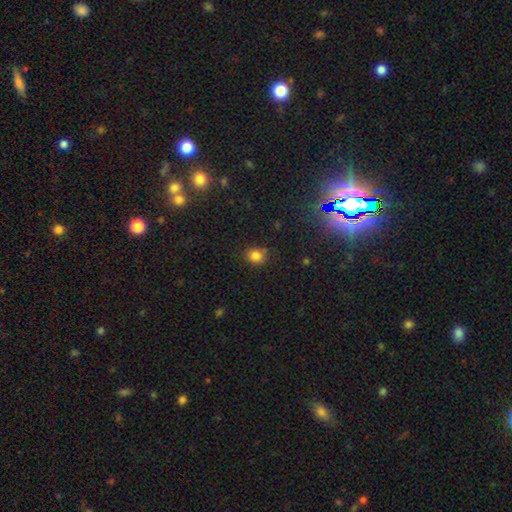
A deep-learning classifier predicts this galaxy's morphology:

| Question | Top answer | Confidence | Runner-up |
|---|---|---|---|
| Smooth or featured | smooth | 82% | star or artifact (13%) |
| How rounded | round | 67% | in between (32%) |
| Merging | none | 77% | minor disturbance (15%) |